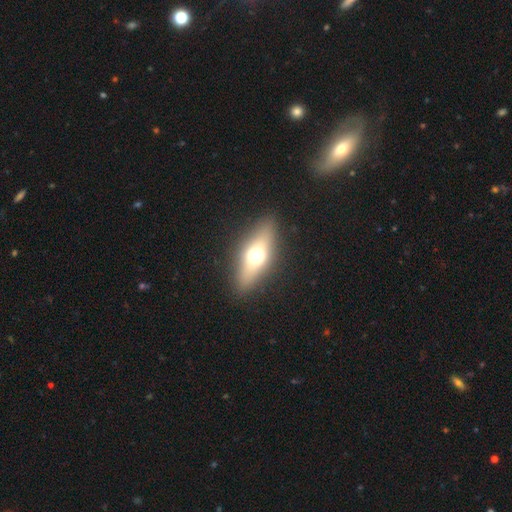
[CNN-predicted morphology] This appears to be a smooth galaxy with no disk features (53%) that is in between round and cigar-shaped (62%). Merging: none (87%).